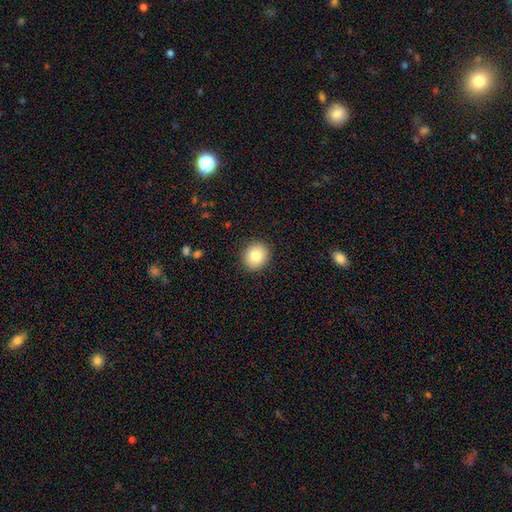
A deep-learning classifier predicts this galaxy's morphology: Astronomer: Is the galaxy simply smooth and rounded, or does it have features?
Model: smooth — 81%.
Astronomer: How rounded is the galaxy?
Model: round — 84%.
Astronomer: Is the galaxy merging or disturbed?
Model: none — 91%.